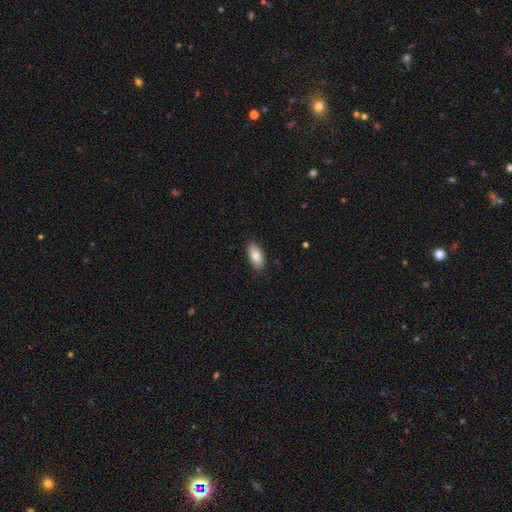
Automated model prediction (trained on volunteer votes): Smooth or featured: smooth — 84% (featured or disk — 10%)
How rounded: in between — 92% (cigar-shaped — 6%)
Merging: none — 89% (minor disturbance — 9%)